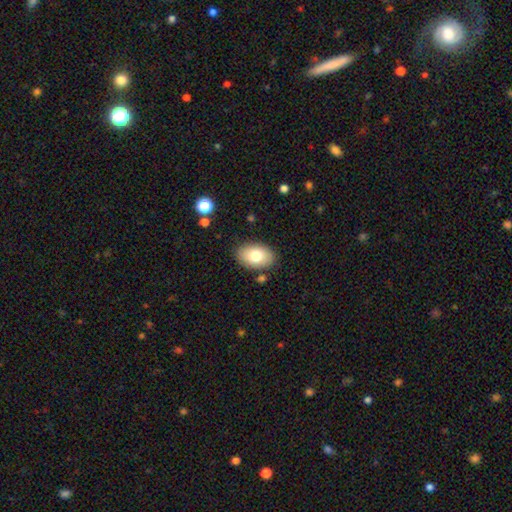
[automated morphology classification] Smooth or featured? Predicted: smooth (p=0.77). How rounded? Predicted: in between (p=0.88). Merging? Predicted: none (p=0.85).